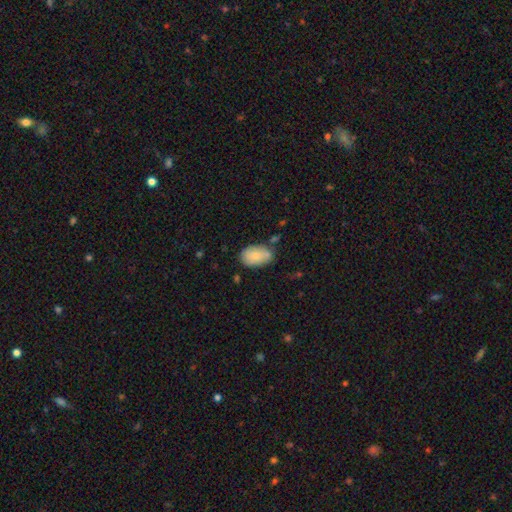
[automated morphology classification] smooth 78%, featured or disk 15%, star or artifact 7%. Down the decision tree: how rounded — in between (91%); merging — none (64%).